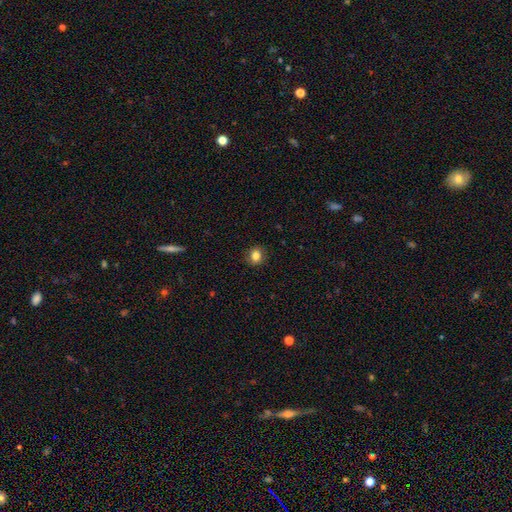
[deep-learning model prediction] Smooth or featured?
  - smooth: 83% *
  - star or artifact: 11%
  - featured or disk: 6%
How rounded?
  - round: 75% *
  - in between: 24%
  - cigar-shaped: 1%
Merging?
  - none: 90% *
  - minor disturbance: 8%
  - major disturbance: 2%
  - merger: 1%